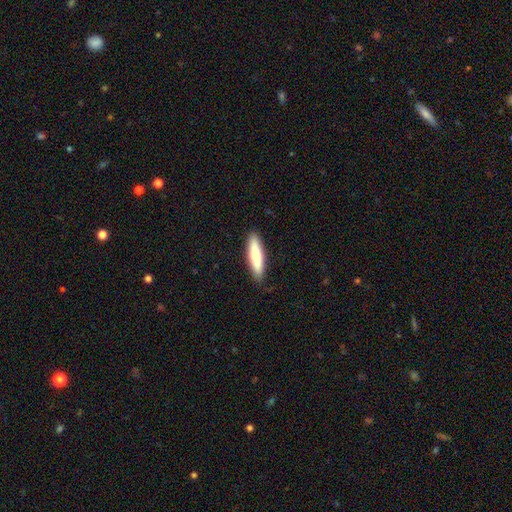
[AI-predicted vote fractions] Smooth or featured? Predicted: smooth (p=0.71). How rounded? Predicted: cigar-shaped (p=0.75). Merging? Predicted: none (p=0.88).